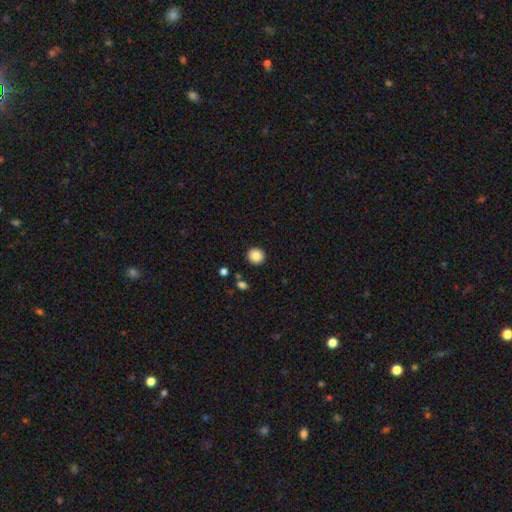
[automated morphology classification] The model was most divided on "smooth or featured": smooth: 86%, star or artifact: 9%, featured or disk: 4%. More confident: merging — none (91%); how rounded — round (91%).